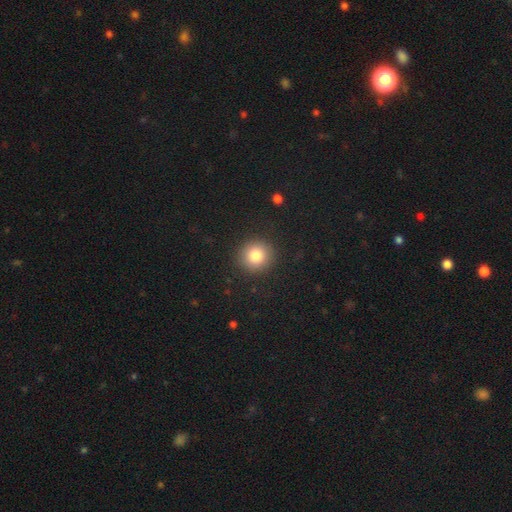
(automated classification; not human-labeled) A smooth galaxy with no disk features (82%) that is round (92%). Merging: none (91%).